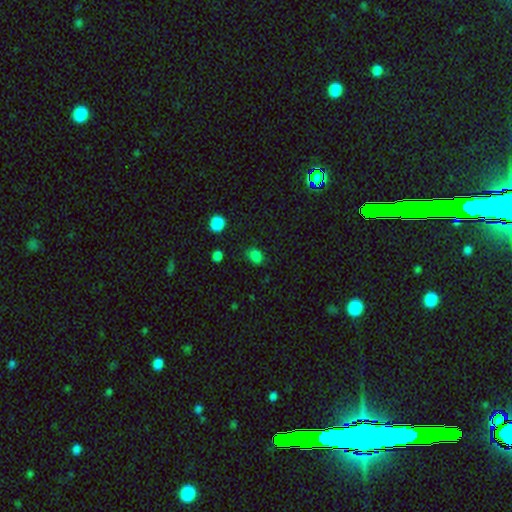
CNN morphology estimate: smooth-or-featured: smooth: 81% | star or artifact: 14% | featured or disk: 5%
  how-rounded: in between: 59% | round: 40% | cigar-shaped: 1%
  merging: none: 70% | minor disturbance: 21% | major disturbance: 6% | merger: 3%